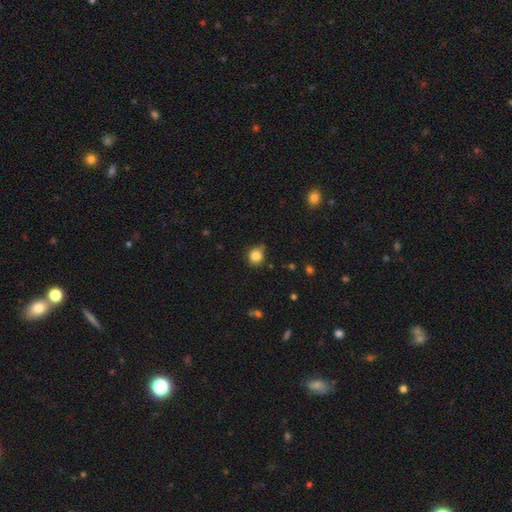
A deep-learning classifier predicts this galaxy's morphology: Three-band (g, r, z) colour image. It shows a smooth galaxy with no disk features (82%) that is round (74%). Merging: none (64%).